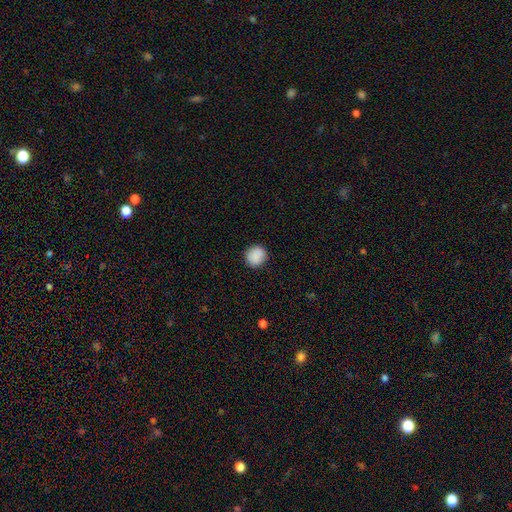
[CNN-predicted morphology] A smooth galaxy with no disk features (89%) that is round (87%). Merging: none (89%).